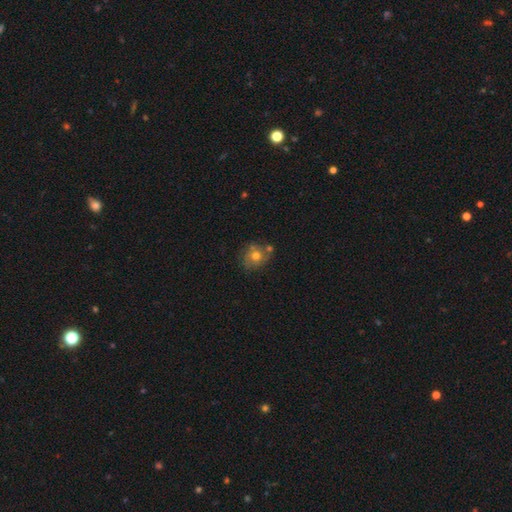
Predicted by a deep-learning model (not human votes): Overall: smooth (59%; featured or disk 30%). How rounded: round (72%). Merging: none (59%; minor disturbance 20%).